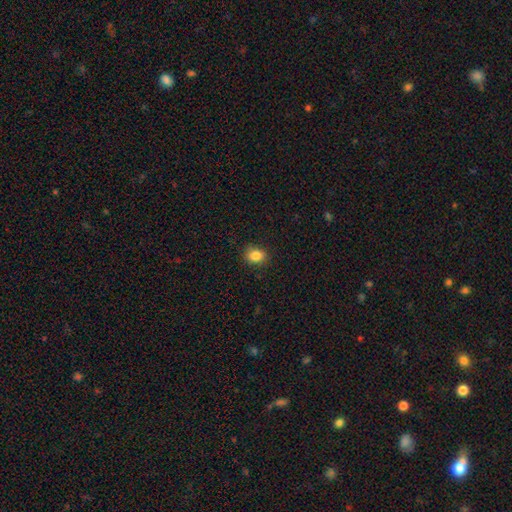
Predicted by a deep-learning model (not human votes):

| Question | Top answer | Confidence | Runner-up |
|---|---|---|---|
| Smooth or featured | smooth | 86% | star or artifact (10%) |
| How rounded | in between | 51% | round (48%) |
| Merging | none | 87% | minor disturbance (10%) |